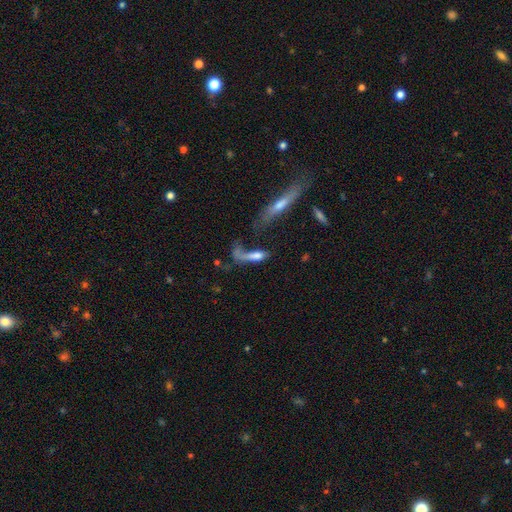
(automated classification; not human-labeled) This is possibly a smooth galaxy (53%). How rounded: possibly cigar-shaped (54%). Merging: marginally major disturbance (38%).